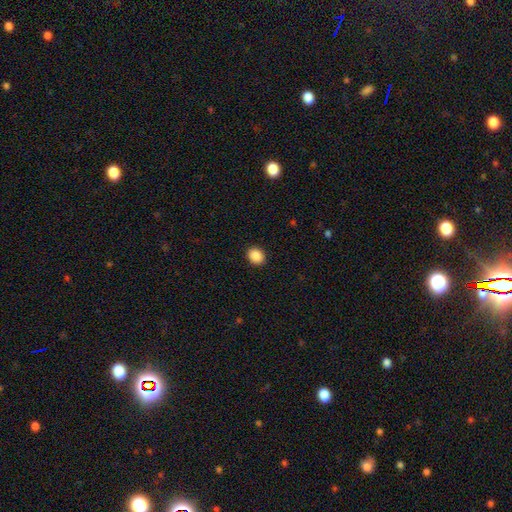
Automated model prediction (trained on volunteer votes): Smooth or featured: smooth — 88% (star or artifact — 9%)
How rounded: round — 60% (in between — 39%)
Merging: none — 92% (minor disturbance — 6%)